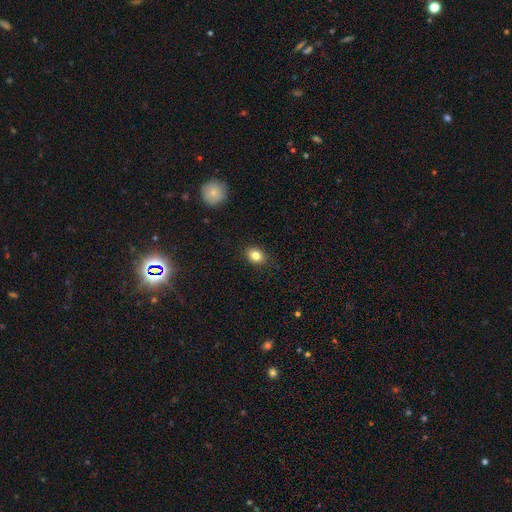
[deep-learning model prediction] smooth-or-featured: smooth: 83% | star or artifact: 10% | featured or disk: 7%
  how-rounded: in between: 59% | round: 40% | cigar-shaped: 1%
  merging: none: 86% | minor disturbance: 11% | major disturbance: 2% | merger: 1%